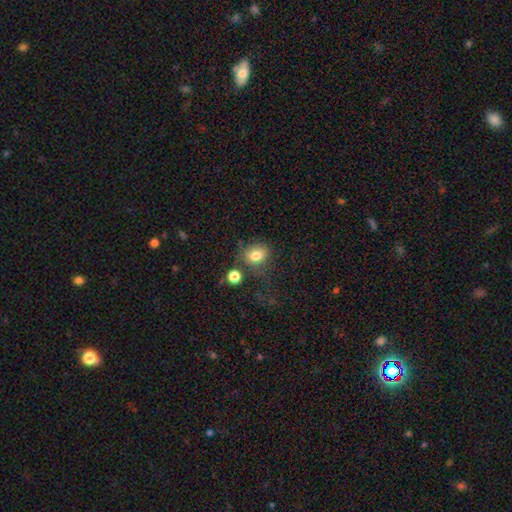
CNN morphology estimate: A smooth galaxy with no disk features (79%) that is round (57%).

Vote fractions:
- Smooth or featured? smooth: 79% / star or artifact: 12% / featured or disk: 9%
- How rounded? round: 57% / in between: 42% / cigar-shaped: 1%
- Merging? none: 63% / minor disturbance: 17% / merger: 11% / major disturbance: 9%